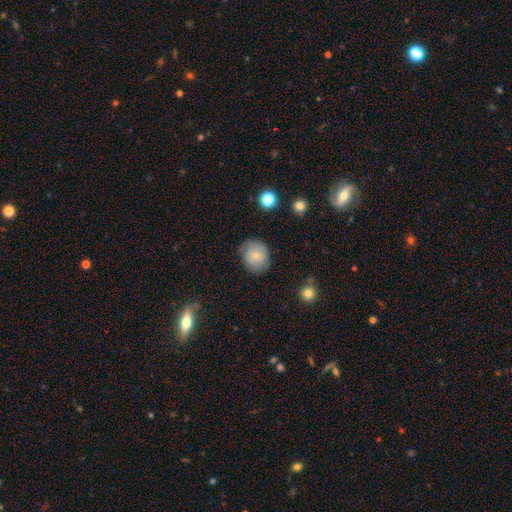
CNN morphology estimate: Overall: smooth (65%; featured or disk 26%). How rounded: round (78%). Merging: none (75%).